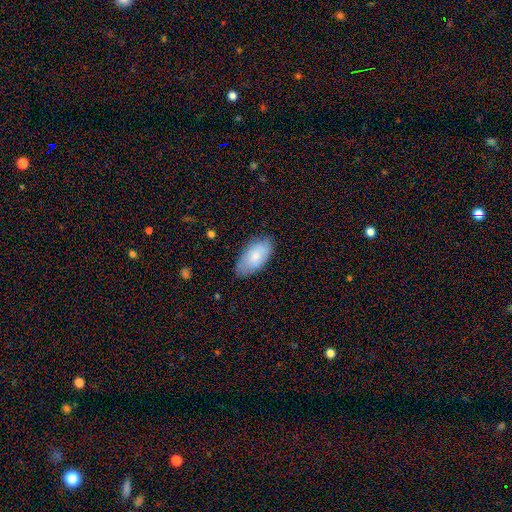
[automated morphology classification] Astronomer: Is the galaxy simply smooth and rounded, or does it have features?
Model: smooth — 75%.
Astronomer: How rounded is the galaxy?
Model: in between — 94%.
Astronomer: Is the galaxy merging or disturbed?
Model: none — 78%.